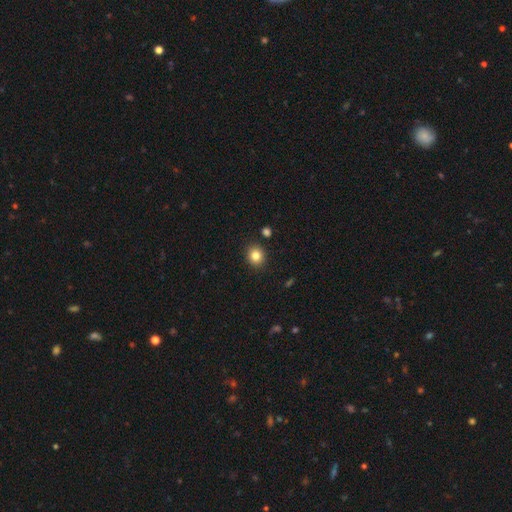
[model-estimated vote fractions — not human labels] This appears to be a smooth galaxy with no disk features (83%) that is round (82%). Merging: none (90%).